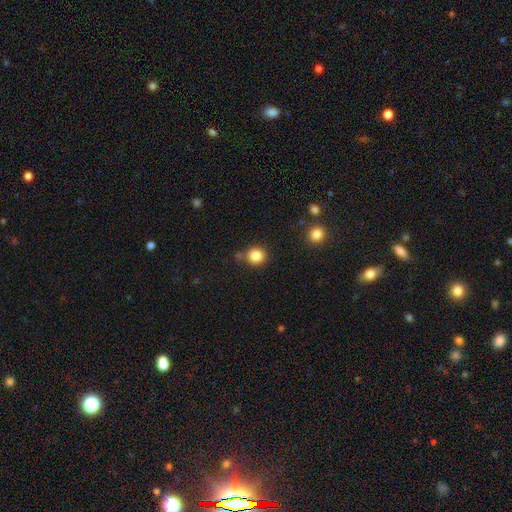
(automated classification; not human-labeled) This is clearly a smooth galaxy (85%). How rounded: clearly round (87%). Merging: likely none (78%).